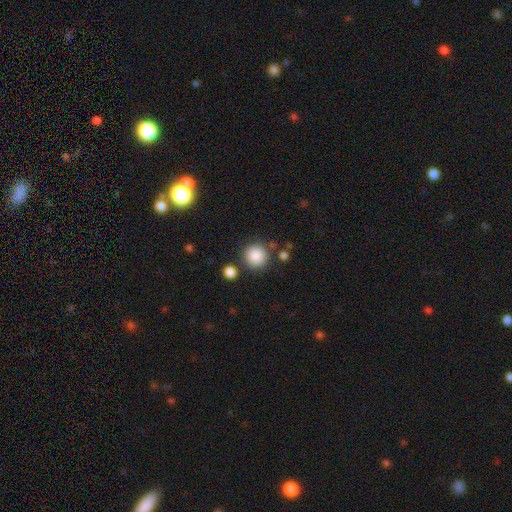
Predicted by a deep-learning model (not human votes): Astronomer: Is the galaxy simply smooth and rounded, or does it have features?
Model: smooth — 87%.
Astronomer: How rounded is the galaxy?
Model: round — 93%.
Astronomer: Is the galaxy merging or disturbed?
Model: none — 81%.